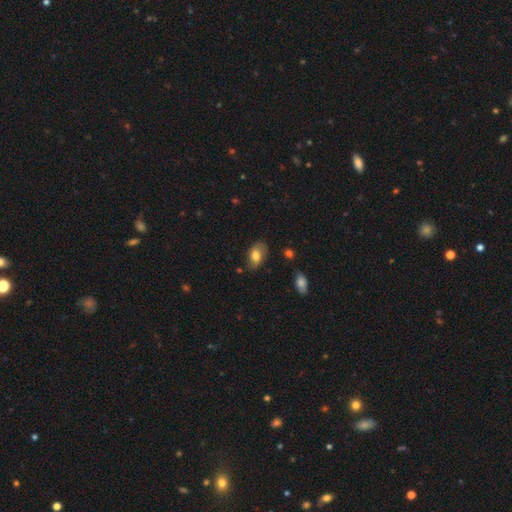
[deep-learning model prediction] Smooth or featured? Predicted: smooth (p=0.67). How rounded? Predicted: in between (p=0.90). Merging? Predicted: none (p=0.67).